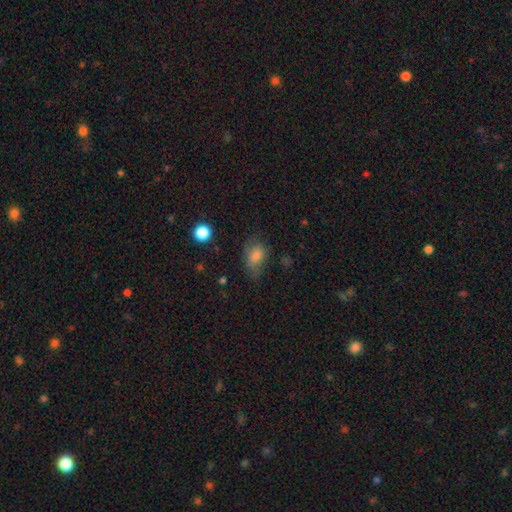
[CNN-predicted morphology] Q: Smooth or featured?
A: smooth (72%); runner-up: featured or disk (15%)
Q: How rounded?
A: in between (81%); runner-up: round (16%)
Q: Merging?
A: none (52%); runner-up: minor disturbance (31%)